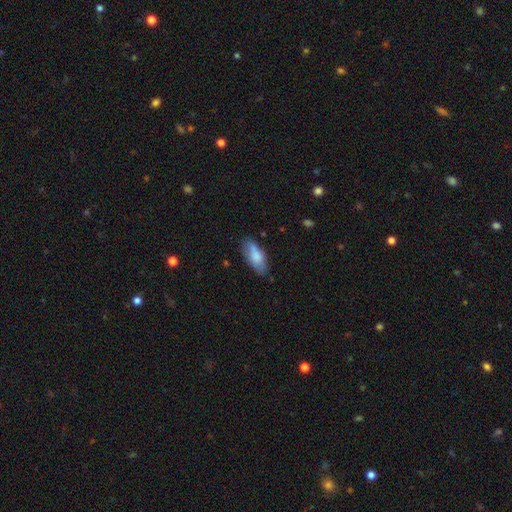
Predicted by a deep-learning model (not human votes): smooth 80%, featured or disk 13%, star or artifact 6%. Down the decision tree: how rounded — in between (82%); merging — none (73%).